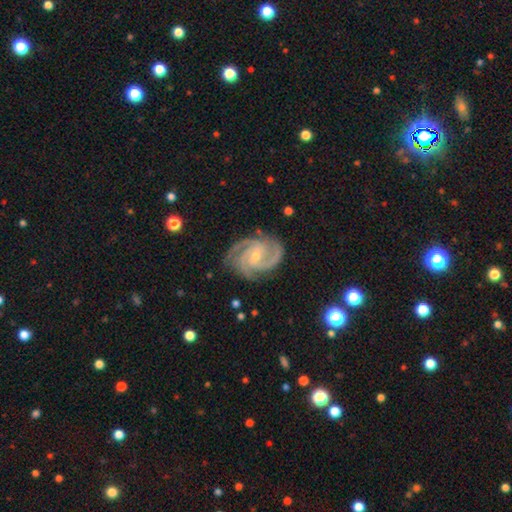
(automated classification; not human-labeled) A featured or disk galaxy (92%) with no bar (42%), 3 (51%) tight (54%) spiral arms (99%) and a small central bulge (70%). Merging: none (79%).